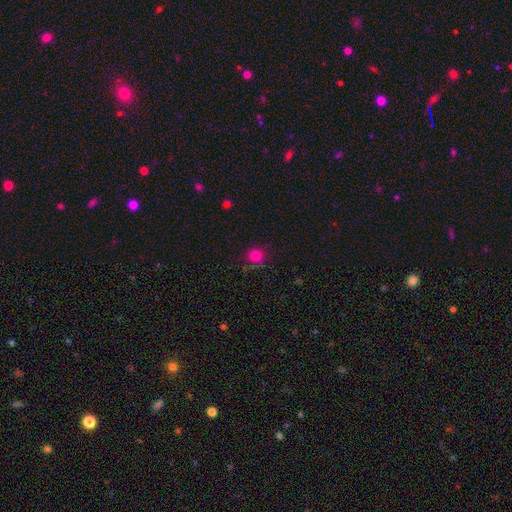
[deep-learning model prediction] A smooth galaxy with no disk features (81%) that is round (91%).

Vote fractions:
- Smooth or featured? smooth: 81% / star or artifact: 14% / featured or disk: 5%
- How rounded? round: 91% / in between: 9% / cigar-shaped: 1%
- Merging? none: 83% / minor disturbance: 12% / major disturbance: 3% / merger: 2%